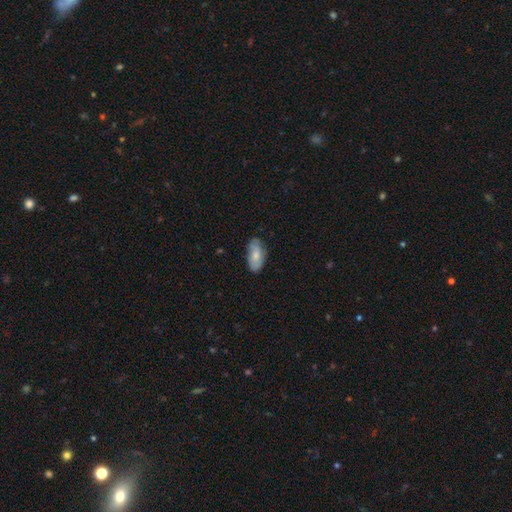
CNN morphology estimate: Smooth or featured?
  - smooth: 69% *
  - featured or disk: 25%
  - star or artifact: 6%
How rounded?
  - in between: 92% *
  - cigar-shaped: 5%
  - round: 3%
Merging?
  - none: 72% *
  - minor disturbance: 22%
  - major disturbance: 4%
  - merger: 1%